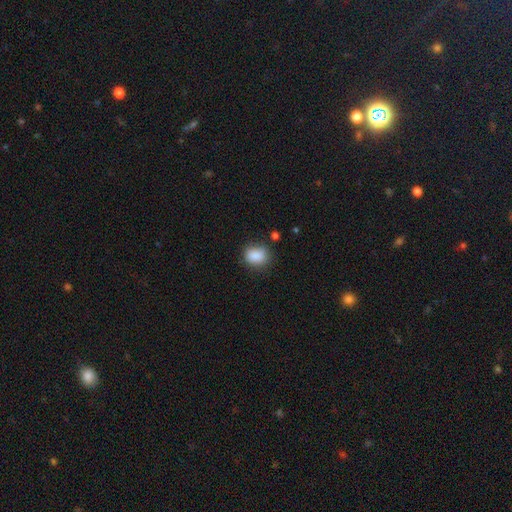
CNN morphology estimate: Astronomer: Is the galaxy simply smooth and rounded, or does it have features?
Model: smooth — 87%.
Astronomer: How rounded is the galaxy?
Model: in between — 50% (runner-up: round, 49%).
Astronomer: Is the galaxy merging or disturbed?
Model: none — 75%.